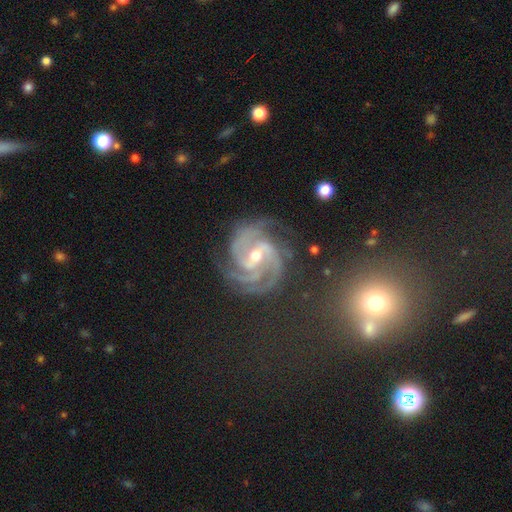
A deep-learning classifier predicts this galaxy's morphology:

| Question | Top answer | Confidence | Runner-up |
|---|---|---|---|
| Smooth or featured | featured or disk | 90% | star or artifact (7%) |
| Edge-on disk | no | 98% | yes (2%) |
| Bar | weak | 42% | strong (38%) |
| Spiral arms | yes | 99% | no (1%) |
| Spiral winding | tight | 54% | medium (40%) |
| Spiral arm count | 3 | 49% | 4 (17%) |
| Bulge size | moderate | 49% | small (48%) |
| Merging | none | 75% | minor disturbance (17%) |